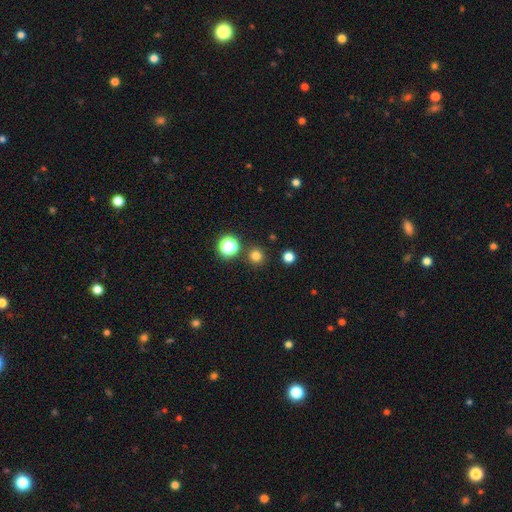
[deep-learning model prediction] The model was most divided on "smooth or featured": smooth: 78%, star or artifact: 18%, featured or disk: 4%. More confident: how rounded — round (95%); merging — none (89%).